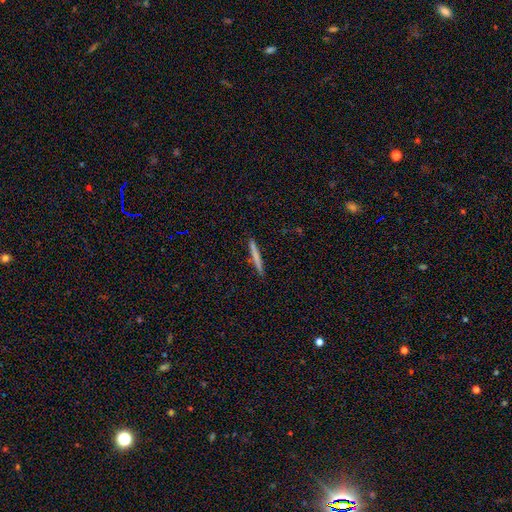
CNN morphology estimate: Q: Smooth or featured?
A: smooth (68%); runner-up: featured or disk (26%)
Q: How rounded?
A: cigar-shaped (97%); runner-up: in between (2%)
Q: Merging?
A: none (91%); runner-up: minor disturbance (7%)